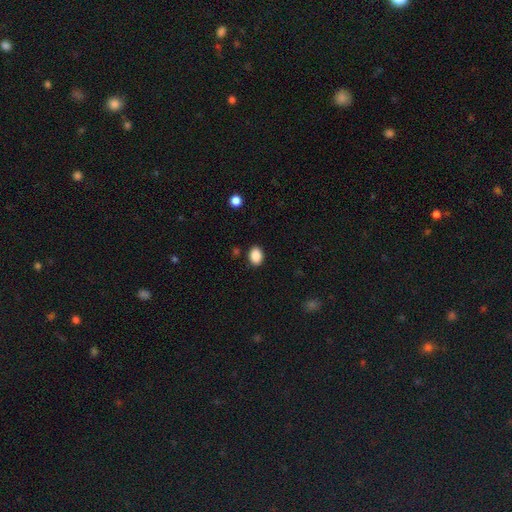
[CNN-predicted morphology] The model was most divided on "how rounded": in between: 68%, round: 31%, cigar-shaped: 1%. More confident: smooth or featured — smooth (88%); merging — none (88%).